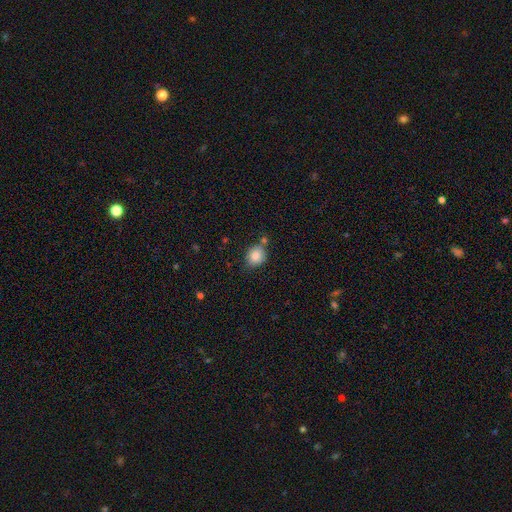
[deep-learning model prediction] Overall: smooth (84%). How rounded: round (67%; in between 32%). Merging: none (69%).